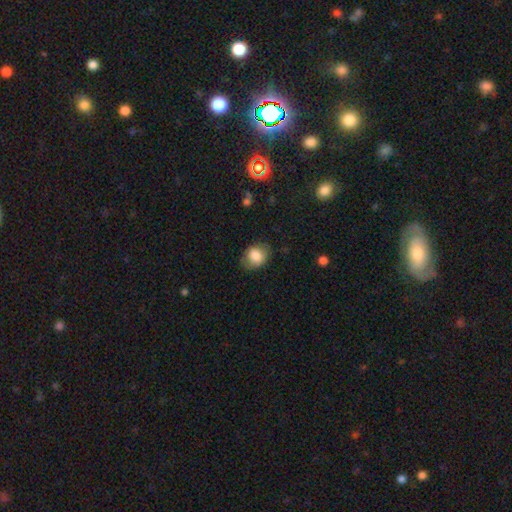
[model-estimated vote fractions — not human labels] Smooth or featured? smooth (81%)
How rounded? in between (53%)
Merging? none (74%)